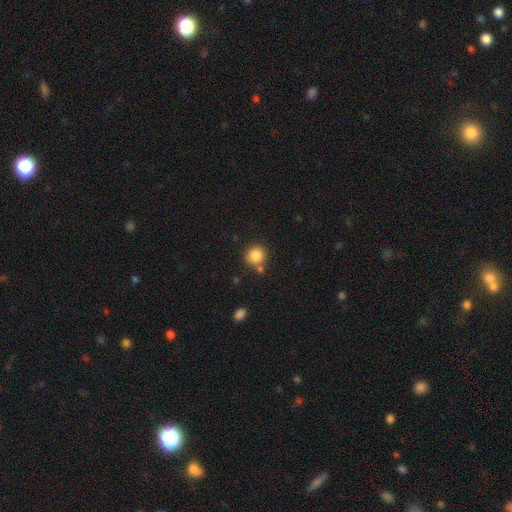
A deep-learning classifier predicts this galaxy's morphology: smooth 85%, star or artifact 10%, featured or disk 5%. Down the decision tree: how rounded — round (89%); merging — none (72%).